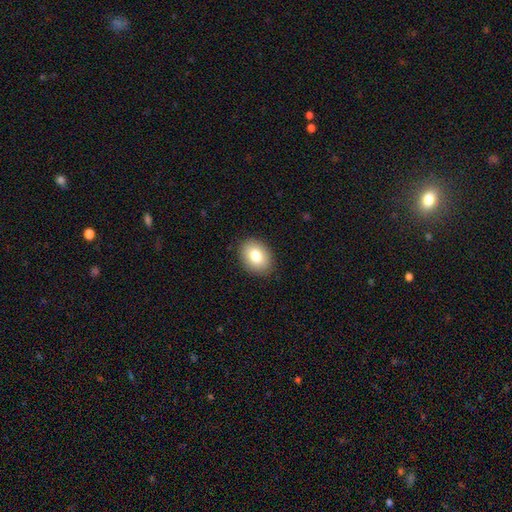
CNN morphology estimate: Smooth or featured?
  - smooth: 80% *
  - featured or disk: 11%
  - star or artifact: 8%
How rounded?
  - in between: 74% *
  - round: 25%
  - cigar-shaped: 1%
Merging?
  - none: 88% *
  - minor disturbance: 9%
  - major disturbance: 2%
  - merger: 1%